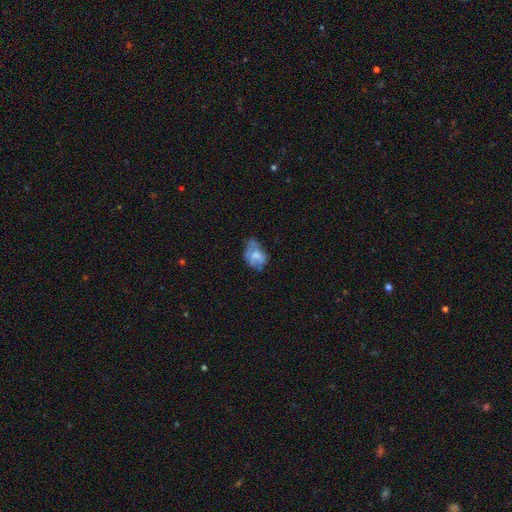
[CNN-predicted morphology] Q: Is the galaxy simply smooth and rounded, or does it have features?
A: smooth — 52%.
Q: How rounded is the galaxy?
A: in between — 74%.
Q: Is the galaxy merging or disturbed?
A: none — 37%.